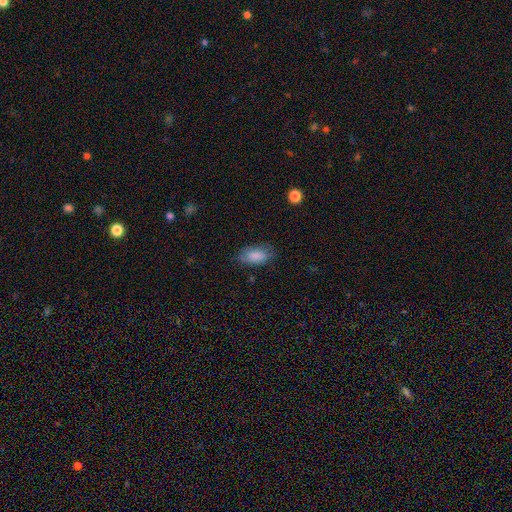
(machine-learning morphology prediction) The model was most divided on "merging": none: 73%, minor disturbance: 20%, major disturbance: 6%, merger: 1%. More confident: how rounded — in between (92%); smooth or featured — smooth (85%).